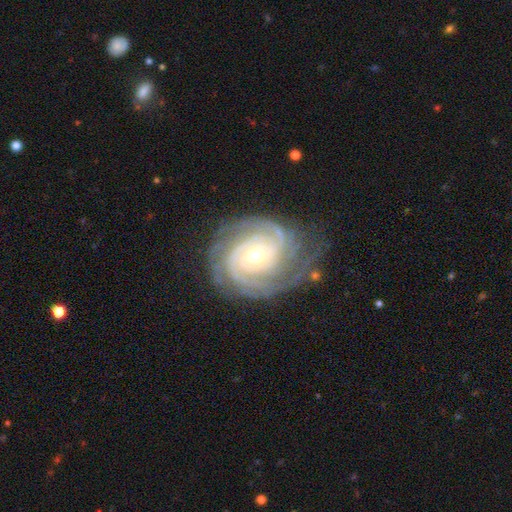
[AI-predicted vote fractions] smooth-or-featured: featured or disk: 91% | star or artifact: 5% | smooth: 4%
  disk-edge-on: no: 97% | yes: 3%
    bar: no: 60% | weak: 29% | strong: 11%
    has-spiral-arms: yes: 98% | no: 2%
      spiral-winding: tight: 82% | medium: 16% | loose: 2%
      spiral-arm-count: 3: 26% | 2: 22% | 4: 19% | can't tell: 18% | more than 4: 9% | 1: 7%
    bulge-size: small: 51% | moderate: 45% | large: 2% | none: 1% | dominant: 1%
  merging: none: 74% | minor disturbance: 18% | major disturbance: 7% | merger: 2%